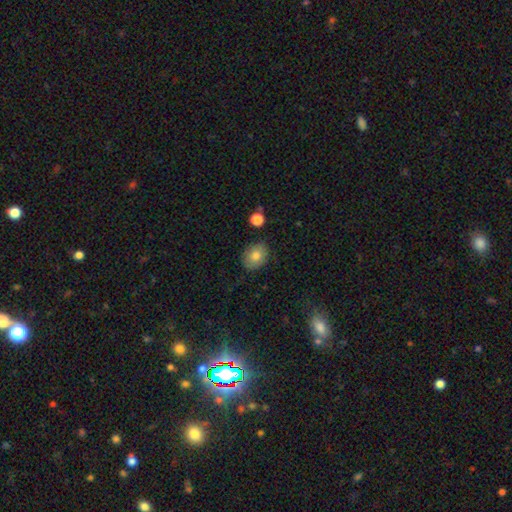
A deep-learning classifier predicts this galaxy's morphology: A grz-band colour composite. It shows a smooth galaxy with no disk features (79%) that is in between round and cigar-shaped (56%). Merging: none (83%).